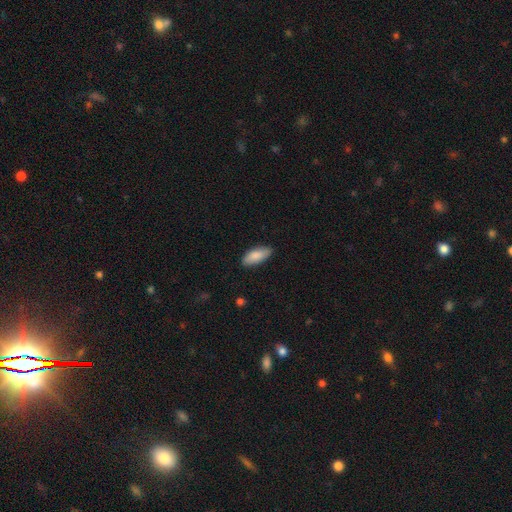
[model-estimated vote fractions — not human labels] Q: Smooth or featured?
A: smooth (86%); runner-up: featured or disk (9%)
Q: How rounded?
A: in between (84%); runner-up: cigar-shaped (15%)
Q: Merging?
A: none (85%); runner-up: minor disturbance (12%)